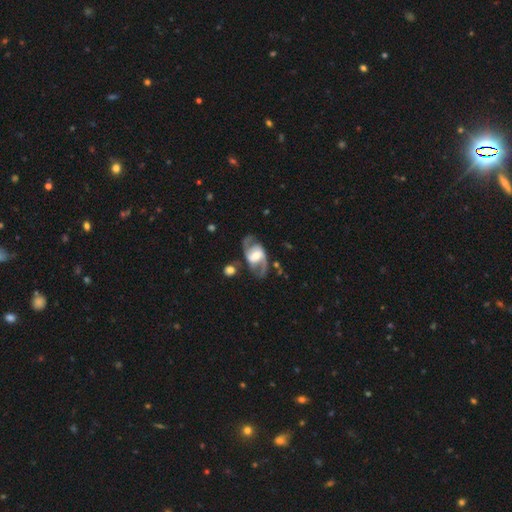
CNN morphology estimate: A featured or disk galaxy (87%) with a weak bar (44%), 2 (91%) medium (54%) spiral arms (95%) and a moderate central bulge (57%).

Vote fractions:
- Smooth or featured? featured or disk: 87% / smooth: 8% / star or artifact: 5%
- Edge-on disk? no: 96% / yes: 4%
- Bar? weak: 44% / strong: 34% / no: 22%
- Spiral arms? yes: 95% / no: 5%
- Spiral winding? medium: 54% / loose: 31% / tight: 15%
- Spiral arm count? 2: 91% / can't tell: 3% / 3: 2% / 1: 2% / 4: 1% / more than 4: 1%
- Bulge size? moderate: 57% / small: 24% / large: 15% / none: 3% / dominant: 2%
- Merging? none: 74% / minor disturbance: 14% / major disturbance: 8% / merger: 4%